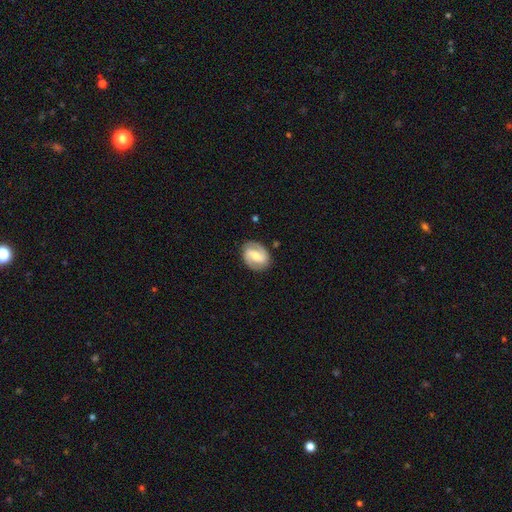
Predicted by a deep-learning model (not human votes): Smooth or featured: featured or disk — 78% (smooth — 17%)
Edge-on disk: no — 97% (yes — 3%)
Bar: weak — 41% (strong — 38%)
Spiral arms: yes — 92% (no — 8%)
Spiral winding: medium — 46% (tight — 37%)
Spiral arm count: 2 — 91% (can't tell — 4%)
Bulge size: moderate — 58% (small — 33%)
Merging: none — 85% (minor disturbance — 10%)